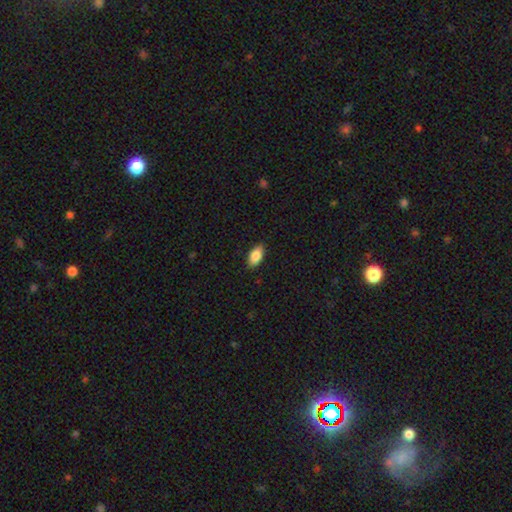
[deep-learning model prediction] Q: Smooth or featured?
A: smooth (87%); runner-up: star or artifact (7%)
Q: How rounded?
A: in between (92%); runner-up: cigar-shaped (5%)
Q: Merging?
A: none (87%); runner-up: minor disturbance (10%)